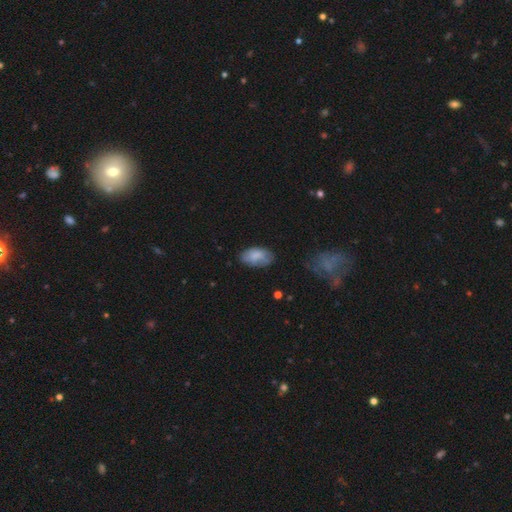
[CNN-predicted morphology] A smooth galaxy with no disk features (76%) that is in between round and cigar-shaped (93%).

Vote fractions:
- Smooth or featured? smooth: 76% / featured or disk: 17% / star or artifact: 7%
- How rounded? in between: 93% / round: 5% / cigar-shaped: 2%
- Merging? none: 65% / minor disturbance: 26% / major disturbance: 7% / merger: 2%